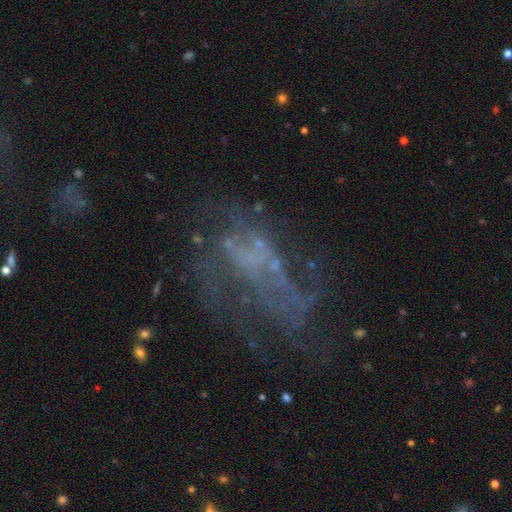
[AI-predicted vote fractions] The model was most divided on "merging": none: 40%, major disturbance: 39%, minor disturbance: 16%, merger: 6%. More confident: edge-on disk — no (97%); bar — no (80%); bulge size — none (74%); spiral arms — no (70%); smooth or featured — featured or disk (62%).